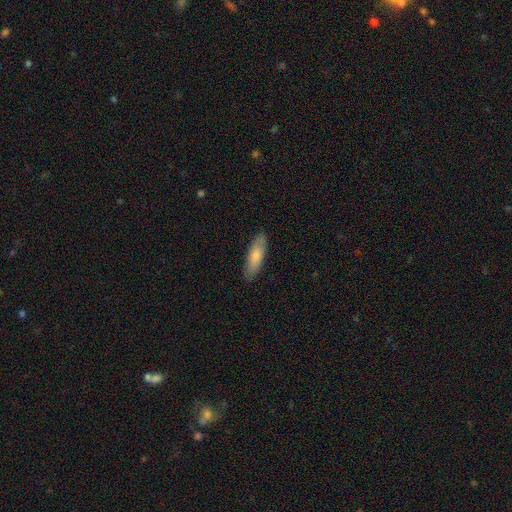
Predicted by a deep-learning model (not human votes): Morphology: type=smooth (78%); roundness=in between (53%); merging=none (86%).